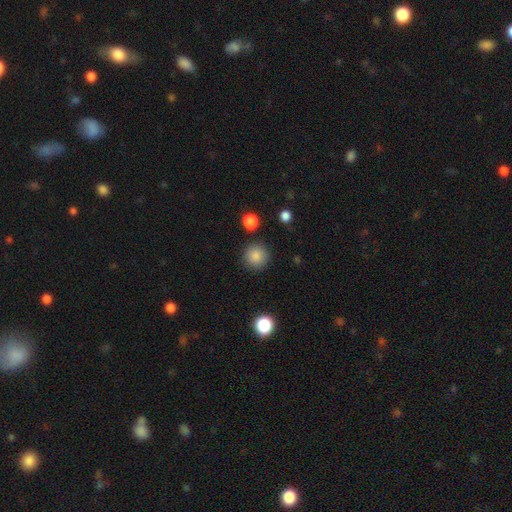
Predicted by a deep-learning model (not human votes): smooth-or-featured: smooth: 87% | star or artifact: 9% | featured or disk: 4%
  how-rounded: round: 94% | in between: 5% | cigar-shaped: 1%
  merging: none: 89% | minor disturbance: 6% | major disturbance: 2% | merger: 2%